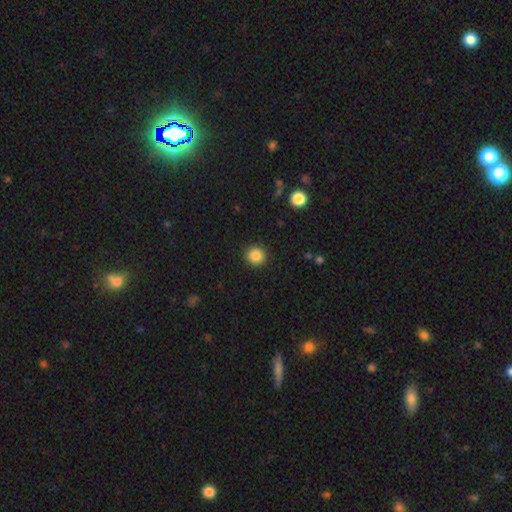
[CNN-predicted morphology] The model was most divided on "smooth or featured": smooth: 86%, star or artifact: 10%, featured or disk: 3%. More confident: how rounded — round (94%); merging — none (92%).